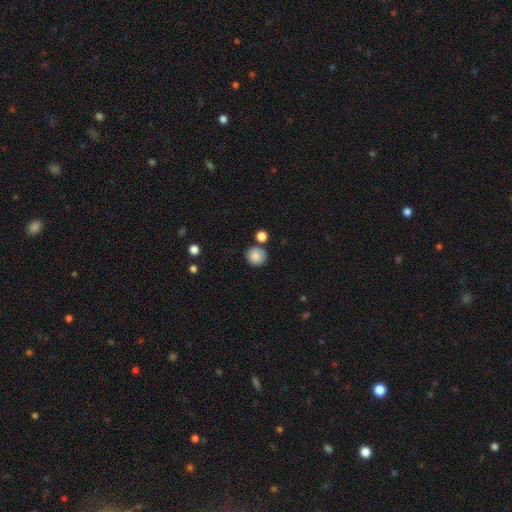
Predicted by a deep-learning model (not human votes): A smooth galaxy with no disk features (86%) that is round (90%). Merging: none (74%).